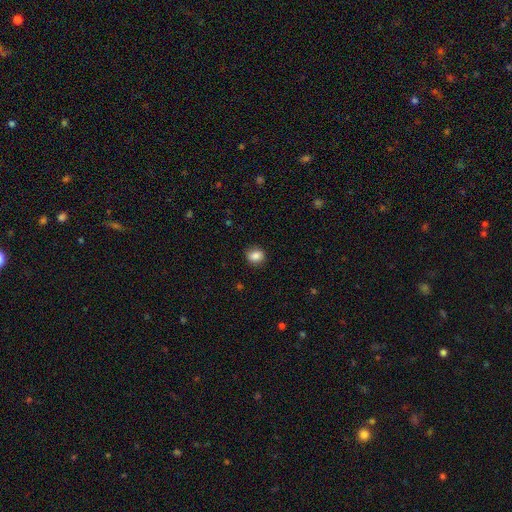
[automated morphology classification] This is clearly a smooth galaxy (86%). How rounded: likely round (65%). Merging: clearly none (85%).